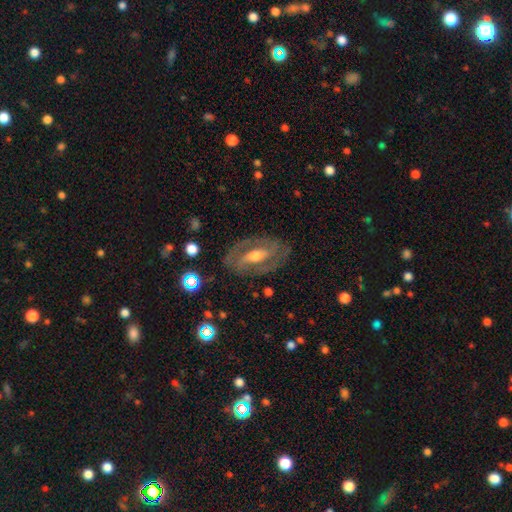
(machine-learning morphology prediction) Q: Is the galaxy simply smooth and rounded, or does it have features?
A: featured or disk — 77%.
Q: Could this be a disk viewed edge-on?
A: no — 90%.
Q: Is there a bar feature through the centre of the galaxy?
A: strong — 40%.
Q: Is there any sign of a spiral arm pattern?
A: yes — 71%.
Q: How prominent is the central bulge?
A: moderate — 65%.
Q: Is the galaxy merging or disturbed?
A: none — 80%.